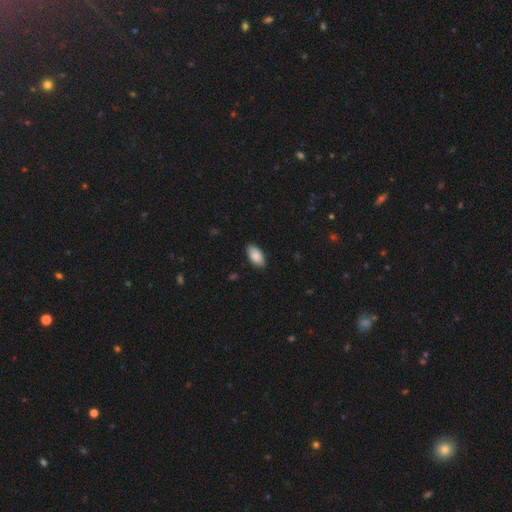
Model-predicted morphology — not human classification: smooth-or-featured: smooth: 88% | star or artifact: 6% | featured or disk: 5%
  how-rounded: in between: 95% | cigar-shaped: 3% | round: 2%
  merging: none: 87% | minor disturbance: 10% | major disturbance: 2% | merger: 1%